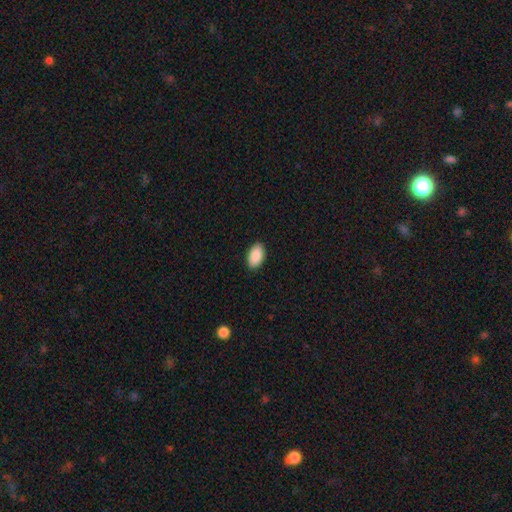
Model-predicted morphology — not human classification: smooth 90%, star or artifact 6%, featured or disk 4%. Down the decision tree: how rounded — in between (95%); merging — none (90%).